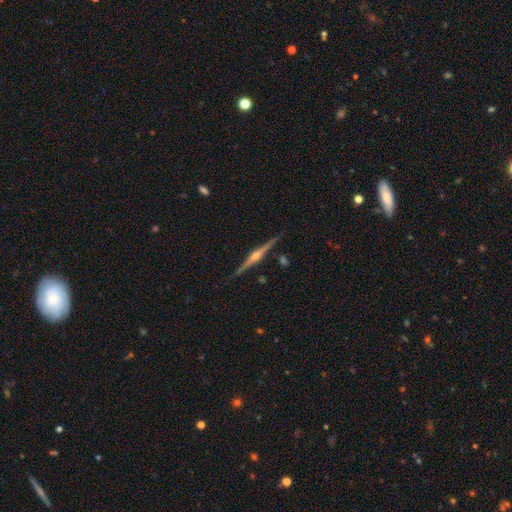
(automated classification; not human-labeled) This appears to be a featured or disk galaxy (88%) viewed edge-on (99%) with a rounded central bulge (94%). Merging: none (89%).